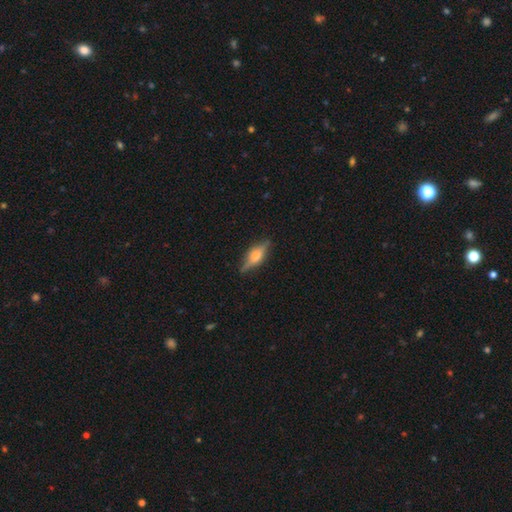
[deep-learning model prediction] A featured or disk galaxy (63%) viewed edge-on (93%) with a rounded central bulge (91%).

Vote fractions:
- Smooth or featured? featured or disk: 63% / smooth: 30% / star or artifact: 7%
- Edge-on disk? yes: 93% / no: 7%
- Edge-on bulge? rounded: 91% / boxy: 7% / none: 2%
- Merging? none: 85% / minor disturbance: 12% / major disturbance: 3% / merger: 1%